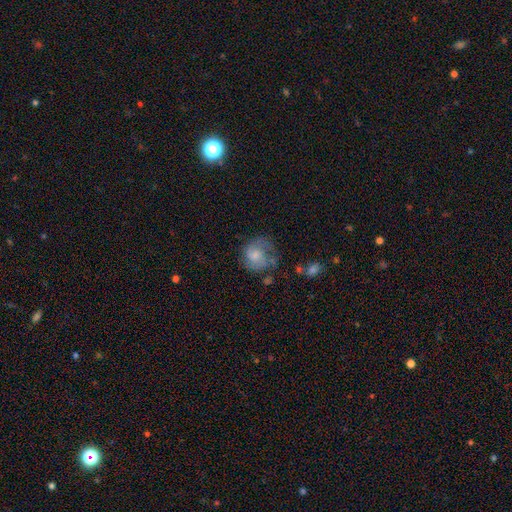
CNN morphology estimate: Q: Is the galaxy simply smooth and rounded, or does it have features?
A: featured or disk — 49%.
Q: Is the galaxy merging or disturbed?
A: none — 47%.